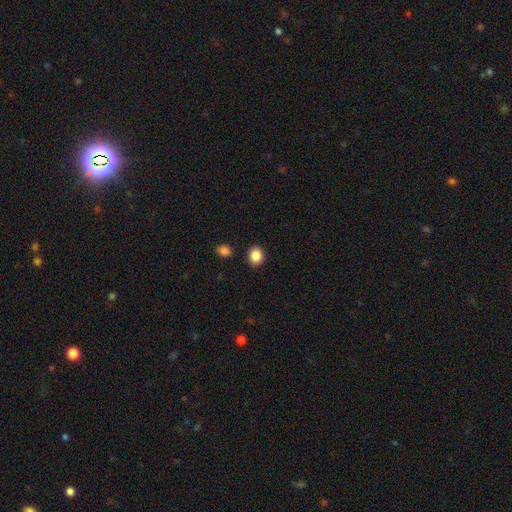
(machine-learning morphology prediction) This is clearly a smooth galaxy (87%). How rounded: likely round (73%). Merging: clearly none (89%).